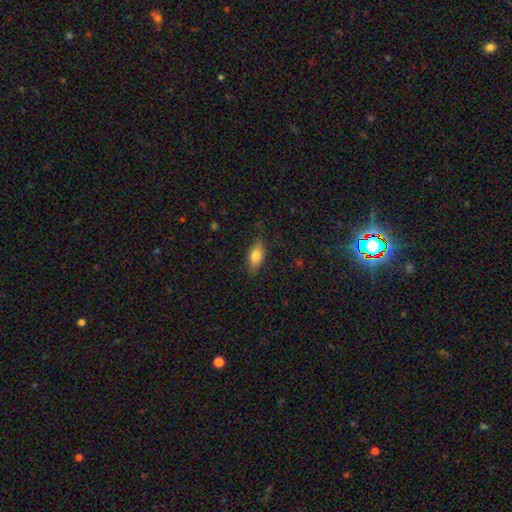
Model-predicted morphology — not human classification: Smooth or featured: smooth — 74% (featured or disk — 18%)
How rounded: in between — 82% (cigar-shaped — 14%)
Merging: none — 81% (minor disturbance — 15%)